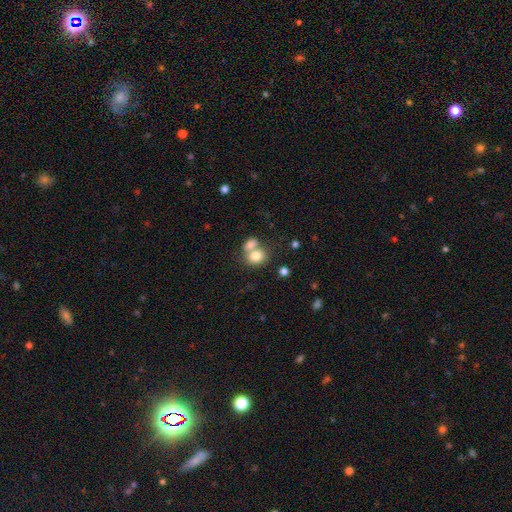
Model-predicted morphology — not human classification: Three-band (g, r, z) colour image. It shows a smooth galaxy with no disk features (78%) that is in between round and cigar-shaped (53%). Merging: merger (55%).